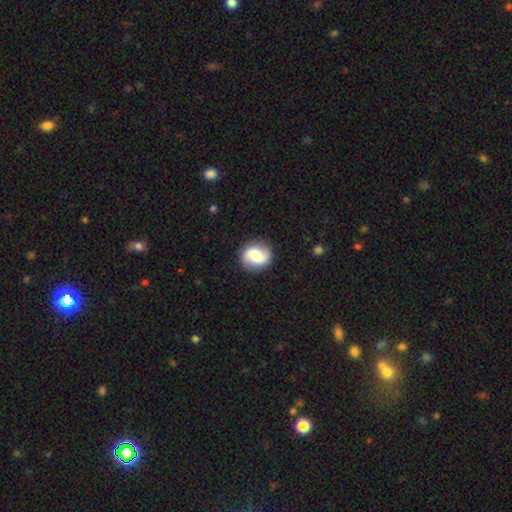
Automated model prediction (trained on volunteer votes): Morphology: type=featured or disk (50%); edge-on=no (98%); merging=none (85%).